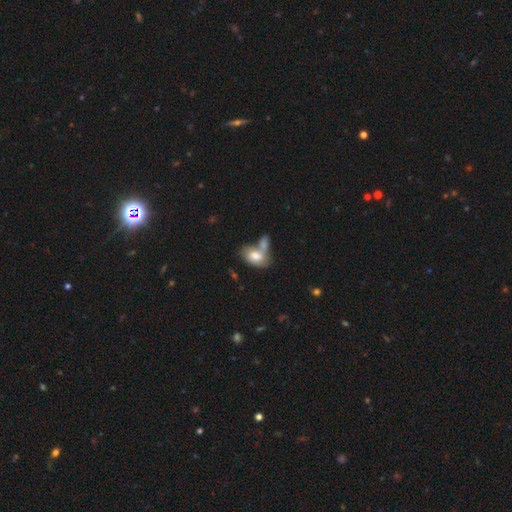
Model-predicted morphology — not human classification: smooth 75%, featured or disk 18%, star or artifact 7%. Down the decision tree: how rounded — in between (90%); merging — merger (51%).